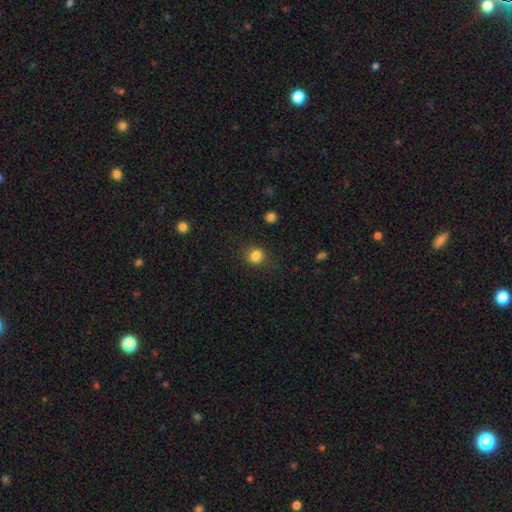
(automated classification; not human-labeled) This appears to be a smooth galaxy with no disk features (84%) that is round (80%). Merging: none (84%).